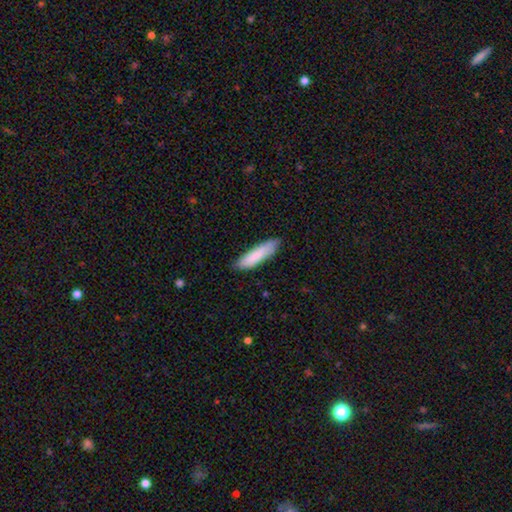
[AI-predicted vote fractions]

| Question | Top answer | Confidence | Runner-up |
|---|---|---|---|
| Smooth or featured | smooth | 82% | featured or disk (12%) |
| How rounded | cigar-shaped | 68% | in between (31%) |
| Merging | none | 77% | minor disturbance (19%) |